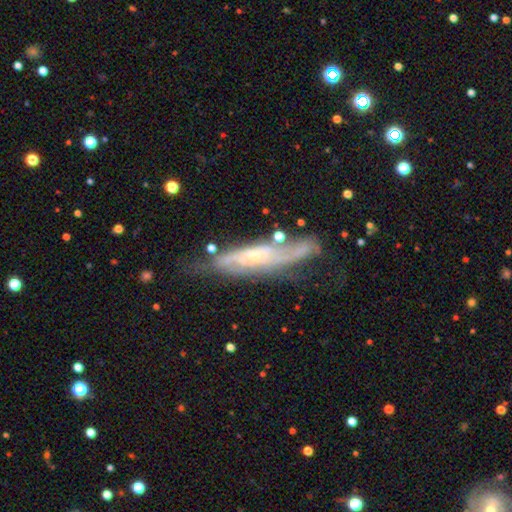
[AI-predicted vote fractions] Smooth or featured: featured or disk — 74% (smooth — 19%)
Edge-on disk: no — 57% (yes — 43%)
Merging: none — 55% (minor disturbance — 26%)